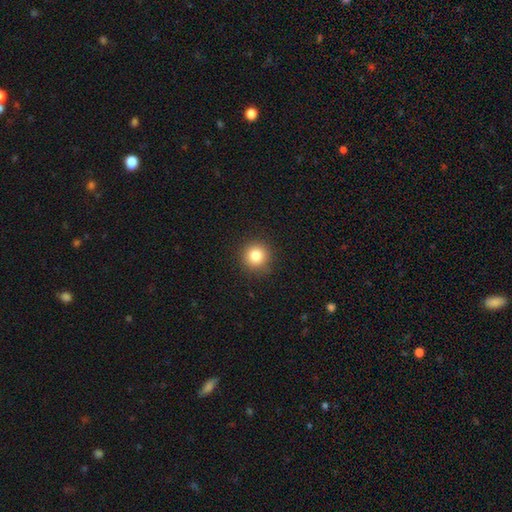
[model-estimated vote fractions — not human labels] This is clearly a smooth galaxy (83%). How rounded: clearly round (94%). Merging: clearly none (91%).